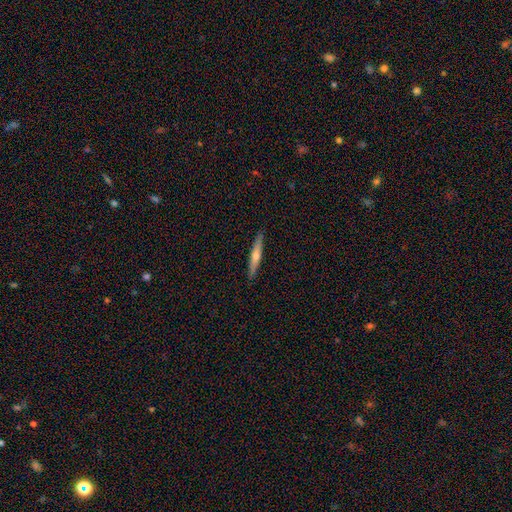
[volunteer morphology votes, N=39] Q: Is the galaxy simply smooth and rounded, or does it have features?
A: featured or disk — 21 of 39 (54%).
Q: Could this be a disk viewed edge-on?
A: yes — 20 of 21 (95%).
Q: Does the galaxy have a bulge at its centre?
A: rounded — 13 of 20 (65%).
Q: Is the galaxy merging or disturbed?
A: none — 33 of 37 (89%).